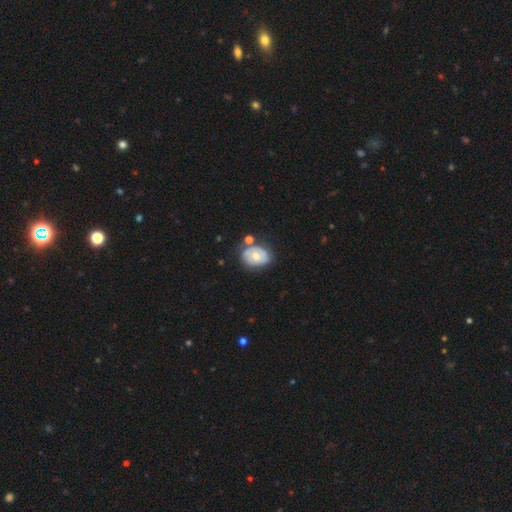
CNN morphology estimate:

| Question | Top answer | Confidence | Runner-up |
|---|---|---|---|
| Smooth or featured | smooth | 47% | featured or disk (46%) |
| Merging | none | 56% | minor disturbance (23%) |